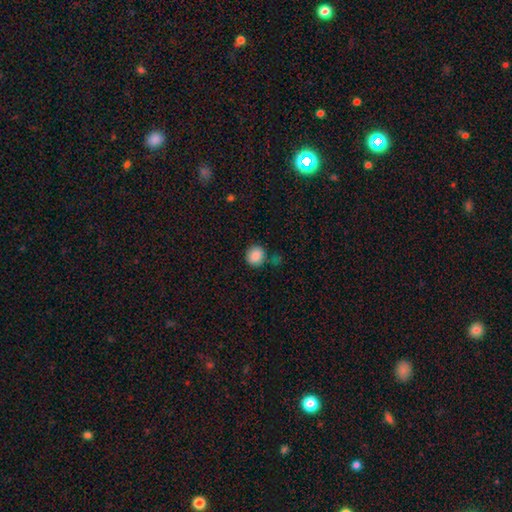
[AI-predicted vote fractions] This is clearly a smooth galaxy (87%). How rounded: clearly round (81%). Merging: likely none (72%).